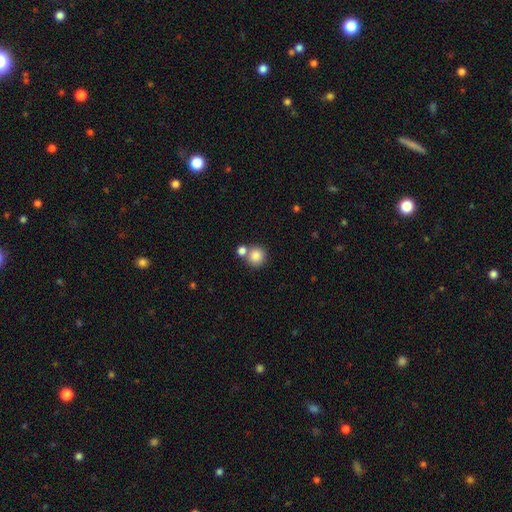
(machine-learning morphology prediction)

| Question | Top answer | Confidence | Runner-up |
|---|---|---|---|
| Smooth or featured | smooth | 84% | star or artifact (10%) |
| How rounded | round | 92% | in between (7%) |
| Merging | none | 61% | merger (29%) |